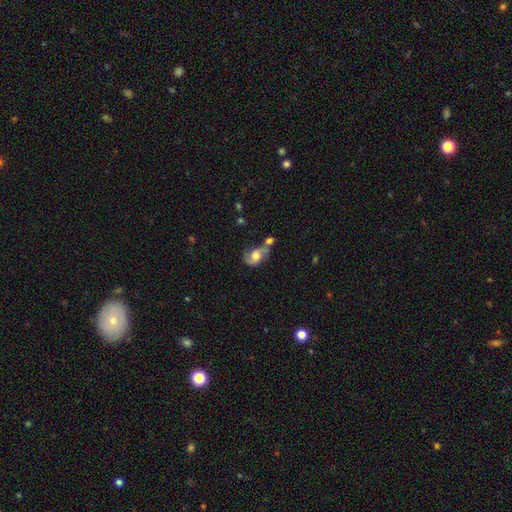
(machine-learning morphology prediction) Q: Smooth or featured?
A: featured or disk (66%); runner-up: smooth (26%)
Q: Edge-on disk?
A: no (96%); runner-up: yes (4%)
Q: Bar?
A: no (60%); runner-up: weak (33%)
Q: Spiral arms?
A: yes (88%); runner-up: no (12%)
Q: Spiral winding?
A: loose (47%); runner-up: medium (40%)
Q: Spiral arm count?
A: 2 (85%); runner-up: 1 (7%)
Q: Bulge size?
A: moderate (45%); runner-up: large (37%)
Q: Merging?
A: none (35%); runner-up: merger (32%)